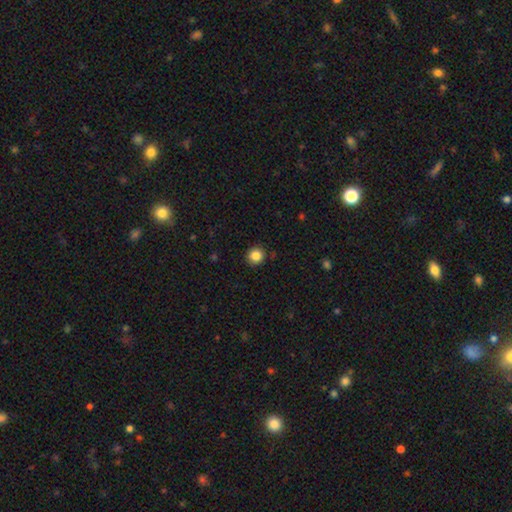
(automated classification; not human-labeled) A smooth galaxy with no disk features (85%) that is round (92%). Merging: none (91%).